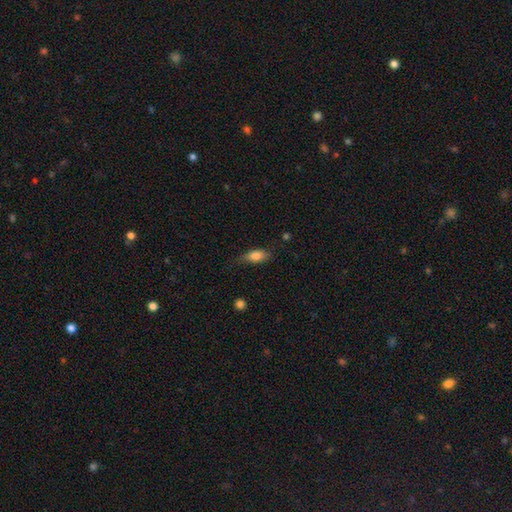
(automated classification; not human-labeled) A smooth galaxy with no disk features (80%) that is in between round and cigar-shaped (81%). Merging: none (65%).